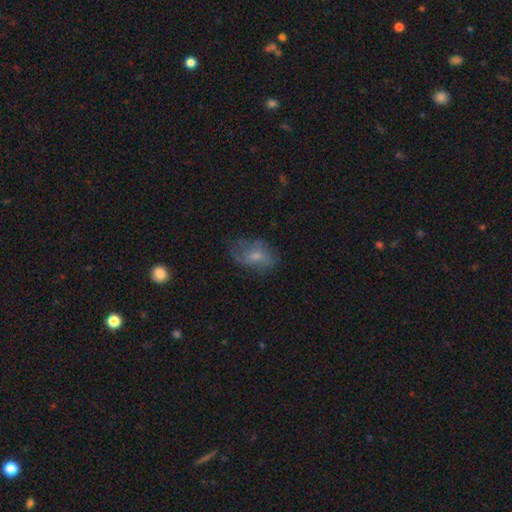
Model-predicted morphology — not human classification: The model was most divided on "smooth or featured": smooth: 49%, featured or disk: 42%, star or artifact: 9%. More confident: merging — none (51%).